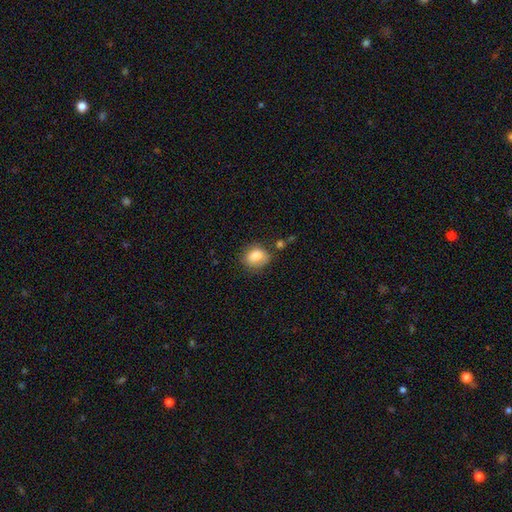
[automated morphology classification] Smooth or featured? smooth (82%)
How rounded? in between (52%)
Merging? none (61%)